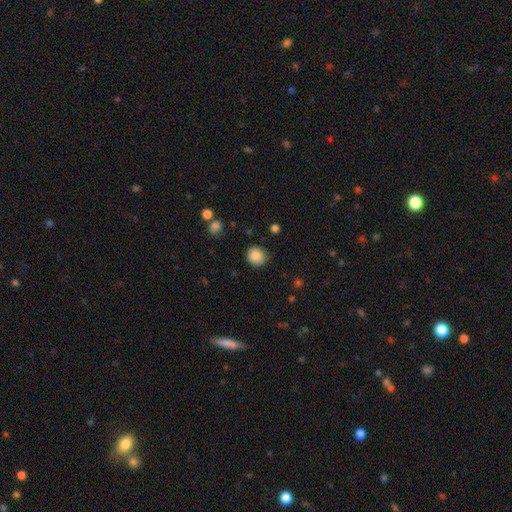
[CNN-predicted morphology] Smooth or featured? Predicted: smooth (p=0.87). How rounded? Predicted: round (p=0.85). Merging? Predicted: none (p=0.82).